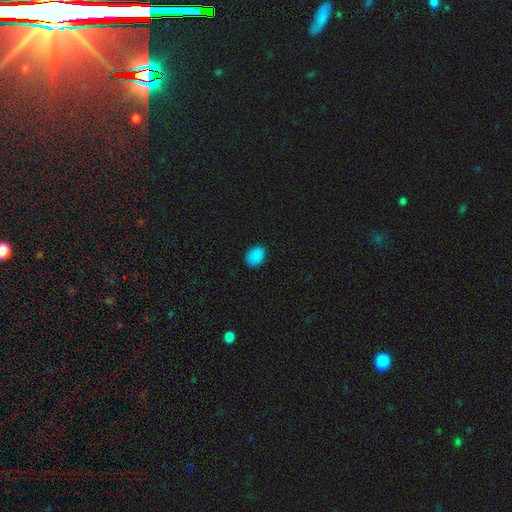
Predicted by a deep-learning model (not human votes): The model was most divided on "how rounded": in between: 73%, round: 26%, cigar-shaped: 1%. More confident: smooth or featured — smooth (86%); merging — none (86%).